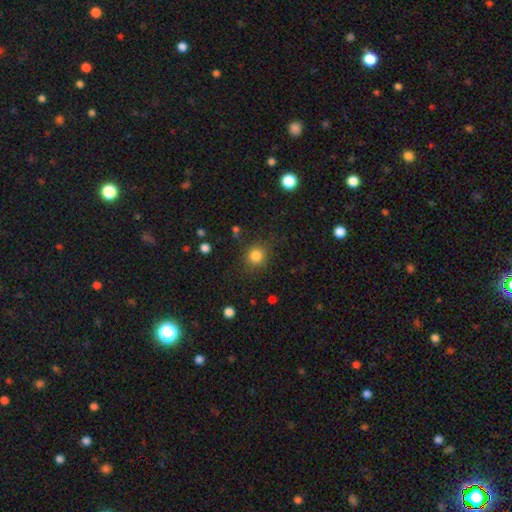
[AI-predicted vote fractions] A smooth galaxy with no disk features (83%) that is round (89%).

Vote fractions:
- Smooth or featured? smooth: 83% / star or artifact: 12% / featured or disk: 5%
- How rounded? round: 89% / in between: 11% / cigar-shaped: 1%
- Merging? none: 84% / minor disturbance: 10% / major disturbance: 4% / merger: 2%